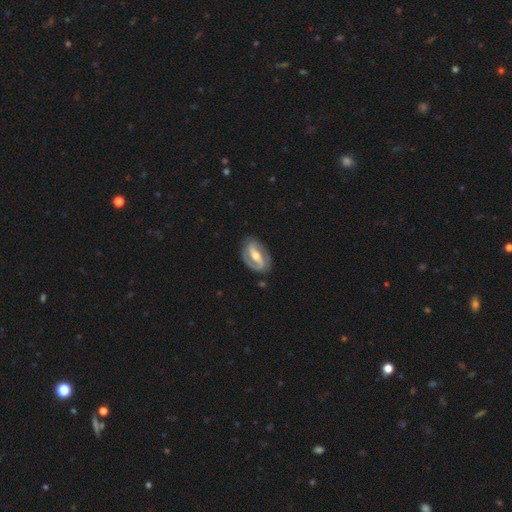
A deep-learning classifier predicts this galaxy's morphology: Smooth or featured? Predicted: featured or disk (p=0.84). Edge-on disk? Predicted: no (p=0.95). Bar? Predicted: strong (p=0.61). Spiral arms? Predicted: yes (p=0.87). Spiral winding? Predicted: medium (p=0.43). Spiral arm count? Predicted: 2 (p=0.84). Bulge size? Predicted: moderate (p=0.64). Merging? Predicted: none (p=0.81).